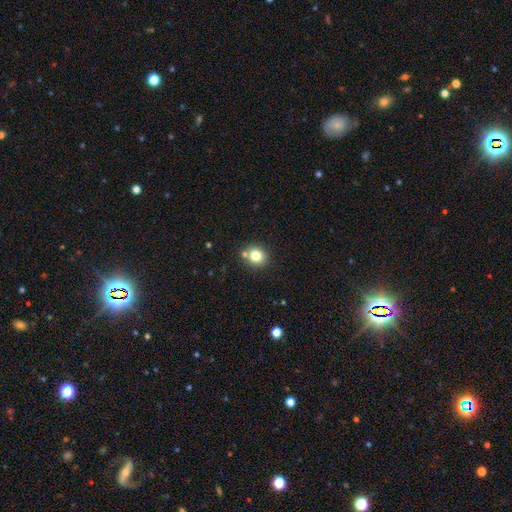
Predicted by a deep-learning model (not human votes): A smooth galaxy with no disk features (79%) that is round (83%). Merging: none (76%).